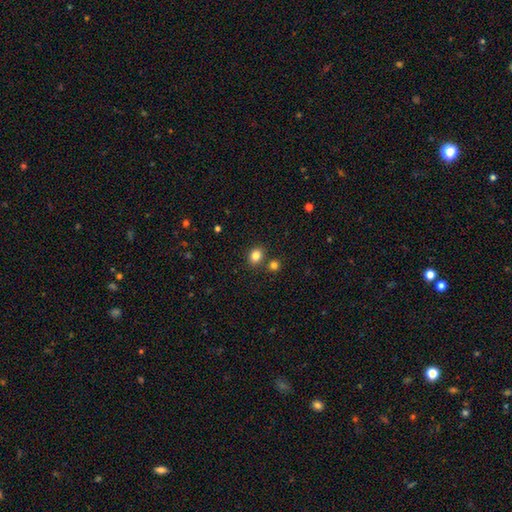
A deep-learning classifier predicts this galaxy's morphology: type=smooth (83%); roundness=round (56%); merging=none (79%).